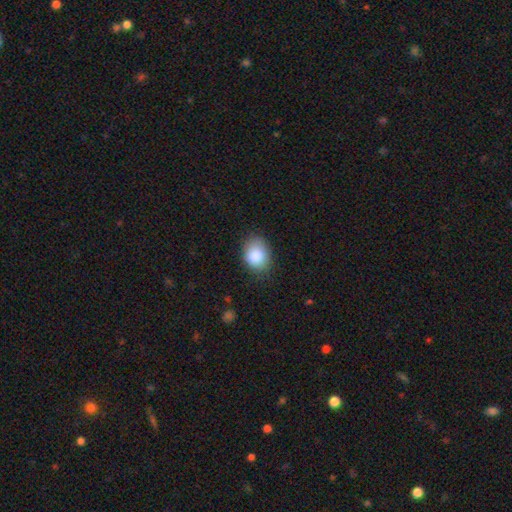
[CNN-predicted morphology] Q: Smooth or featured?
A: smooth (87%); runner-up: star or artifact (8%)
Q: How rounded?
A: in between (67%); runner-up: round (32%)
Q: Merging?
A: none (77%); runner-up: minor disturbance (18%)